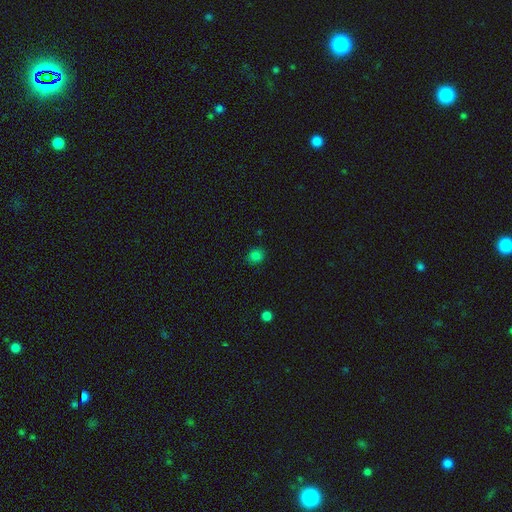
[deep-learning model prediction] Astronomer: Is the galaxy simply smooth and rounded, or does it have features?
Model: smooth — 81%.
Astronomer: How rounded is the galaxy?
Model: round — 63%.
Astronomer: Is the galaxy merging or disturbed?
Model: none — 84%.